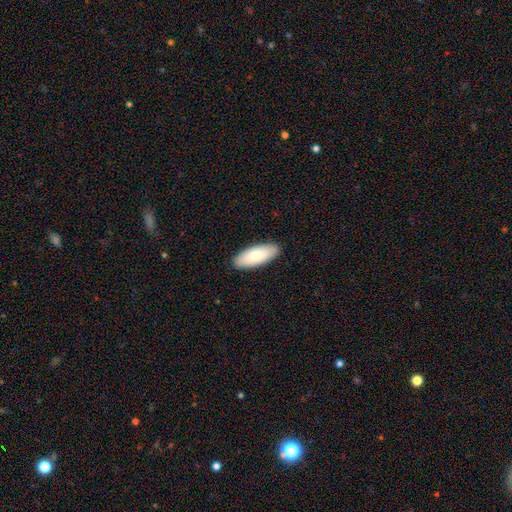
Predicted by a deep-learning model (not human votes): Smooth or featured: smooth — 82% (featured or disk — 13%)
How rounded: in between — 81% (cigar-shaped — 18%)
Merging: none — 90% (minor disturbance — 7%)